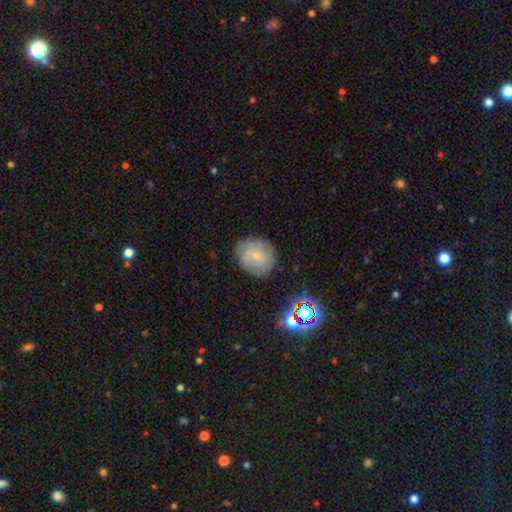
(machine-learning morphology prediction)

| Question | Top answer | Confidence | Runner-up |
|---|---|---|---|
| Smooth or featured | featured or disk | 45% | smooth (44%) |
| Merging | none | 74% | minor disturbance (18%) |